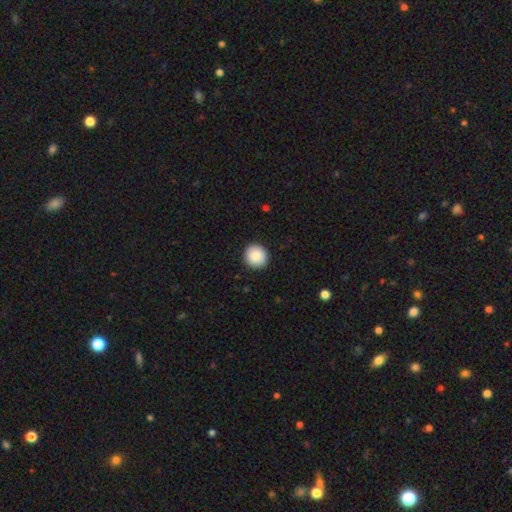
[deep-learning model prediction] Smooth or featured: smooth — 88% (star or artifact — 7%)
How rounded: round — 91% (in between — 8%)
Merging: none — 92% (minor disturbance — 6%)